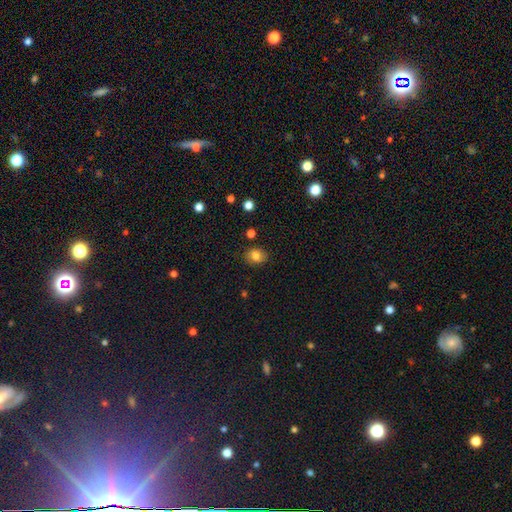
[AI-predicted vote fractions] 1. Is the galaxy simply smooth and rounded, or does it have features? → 81% smooth, 10% star or artifact, 9% featured or disk.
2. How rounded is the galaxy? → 53% round, 47% in between, 1% cigar-shaped.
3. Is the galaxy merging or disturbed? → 86% none, 10% minor disturbance, 2% major disturbance, 2% merger.